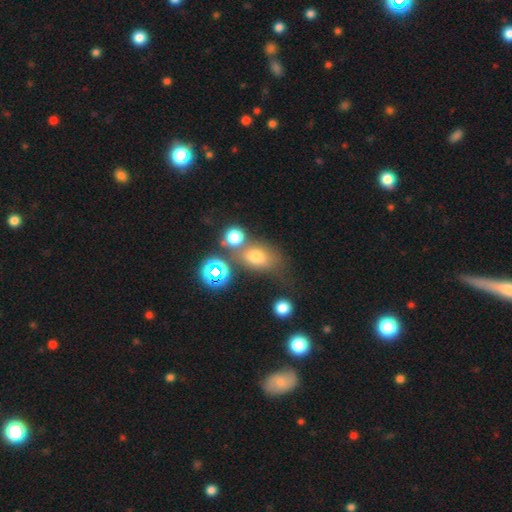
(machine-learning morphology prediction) Smooth or featured? smooth (66%)
How rounded? in between (66%)
Merging? none (49%)